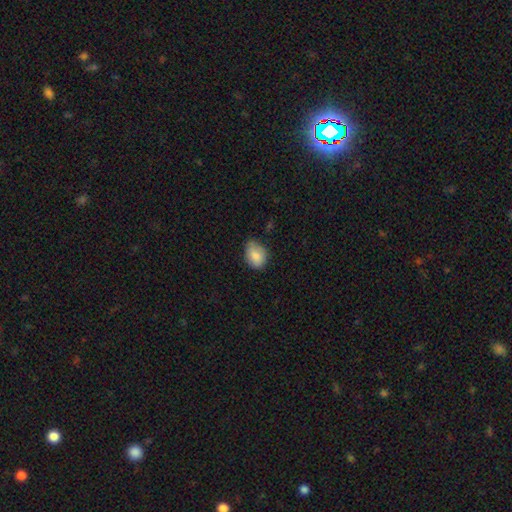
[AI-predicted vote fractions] Q: Smooth or featured?
A: smooth (83%); runner-up: featured or disk (10%)
Q: How rounded?
A: in between (65%); runner-up: round (34%)
Q: Merging?
A: none (57%); runner-up: minor disturbance (35%)